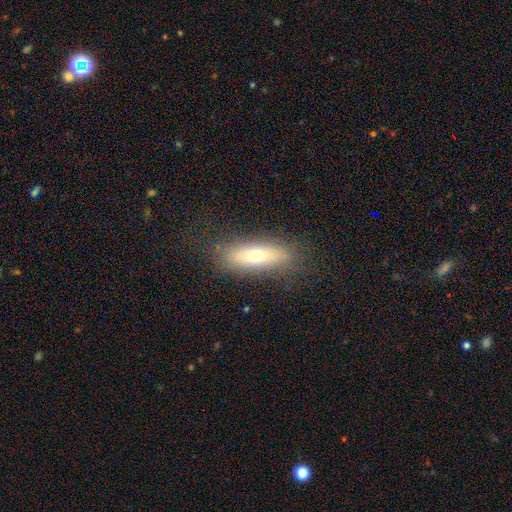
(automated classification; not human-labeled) This is likely a smooth galaxy (65%). How rounded: possibly in between (52%). Merging: clearly none (82%).